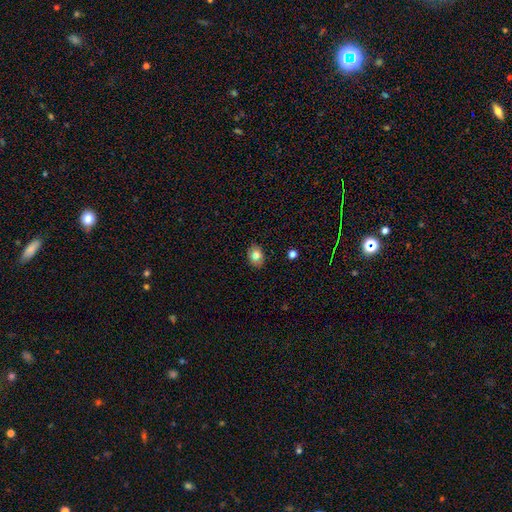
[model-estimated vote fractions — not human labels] This is likely a smooth galaxy (80%). How rounded: likely in between (69%). Merging: clearly none (86%).